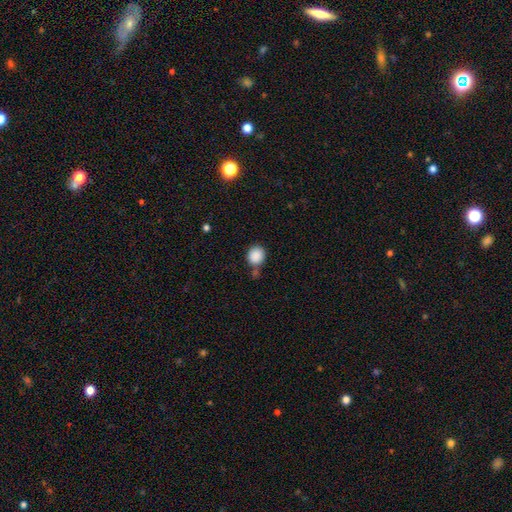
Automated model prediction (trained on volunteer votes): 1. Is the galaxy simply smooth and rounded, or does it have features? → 88% smooth, 9% star or artifact, 3% featured or disk.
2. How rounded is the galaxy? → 86% round, 13% in between, 1% cigar-shaped.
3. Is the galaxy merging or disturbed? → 61% none, 17% minor disturbance, 16% merger, 6% major disturbance.